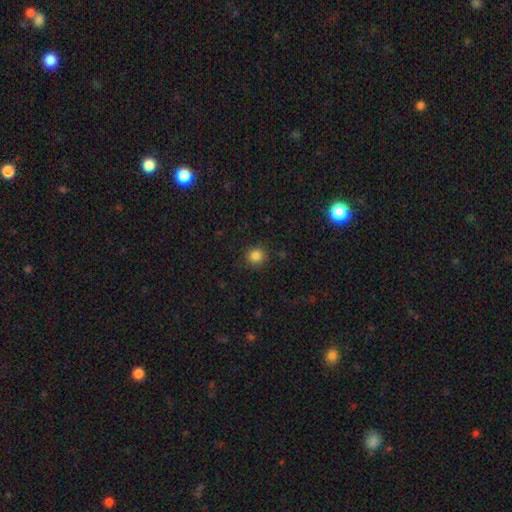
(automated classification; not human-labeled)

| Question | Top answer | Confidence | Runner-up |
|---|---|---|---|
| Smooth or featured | smooth | 84% | star or artifact (12%) |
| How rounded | round | 90% | in between (9%) |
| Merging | none | 87% | minor disturbance (9%) |